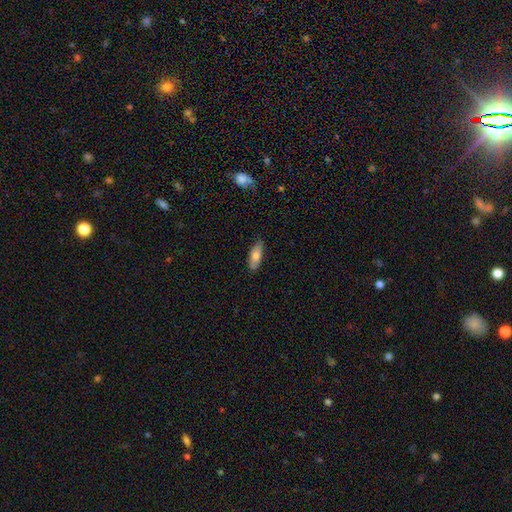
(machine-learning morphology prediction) Smooth or featured? Predicted: smooth (p=0.73). How rounded? Predicted: in between (p=0.74). Merging? Predicted: none (p=0.81).